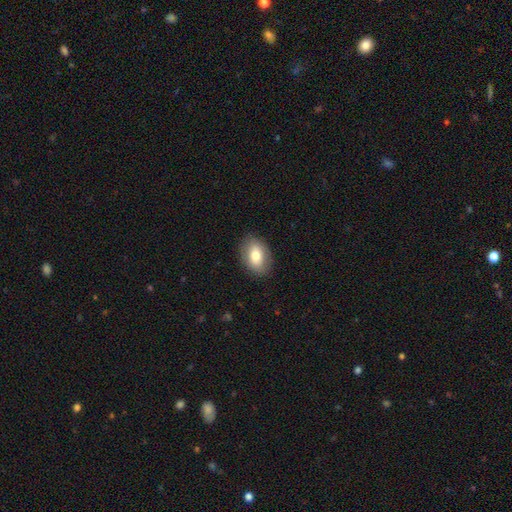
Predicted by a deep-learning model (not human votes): smooth-or-featured: smooth: 74% | featured or disk: 18% | star or artifact: 8%
  how-rounded: in between: 81% | round: 17% | cigar-shaped: 1%
  merging: none: 86% | minor disturbance: 10% | major disturbance: 3% | merger: 1%